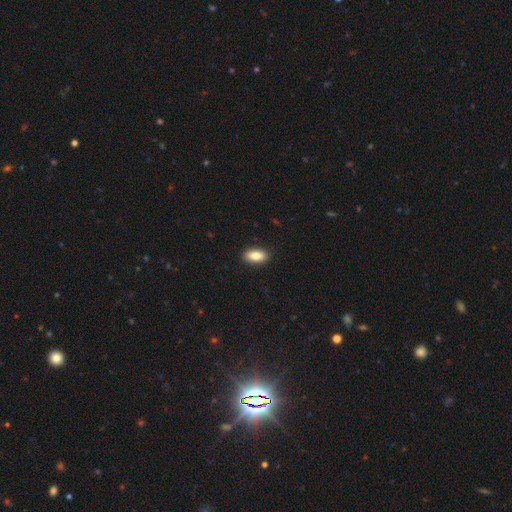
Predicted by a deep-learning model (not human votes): This appears to be a smooth galaxy with no disk features (86%) that is in between round and cigar-shaped (90%). Merging: none (90%).